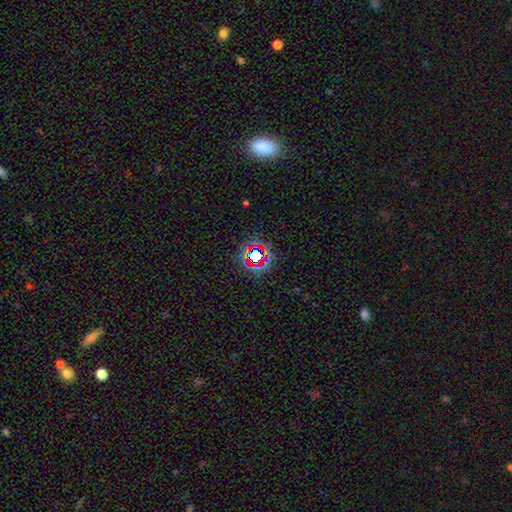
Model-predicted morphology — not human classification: smooth-or-featured: star or artifact: 69% | smooth: 20% | featured or disk: 11%